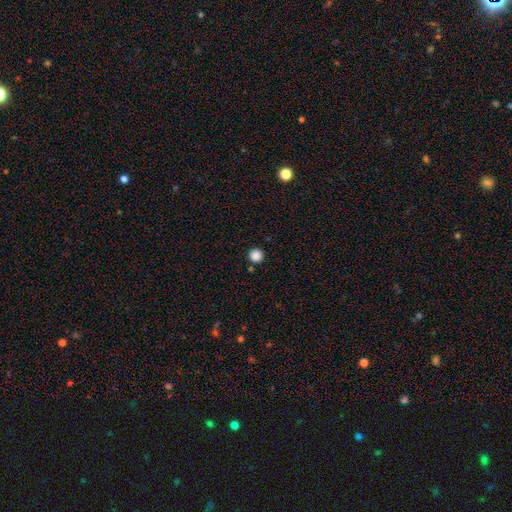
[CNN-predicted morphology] The model was most divided on "smooth or featured": smooth: 86%, star or artifact: 11%, featured or disk: 3%. More confident: how rounded — round (96%); merging — none (89%).